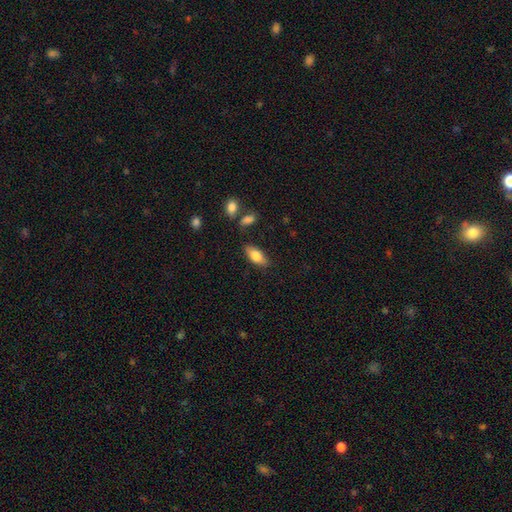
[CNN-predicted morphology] This appears to be a smooth galaxy with no disk features (75%) that is in between round and cigar-shaped (81%). Merging: none (80%).